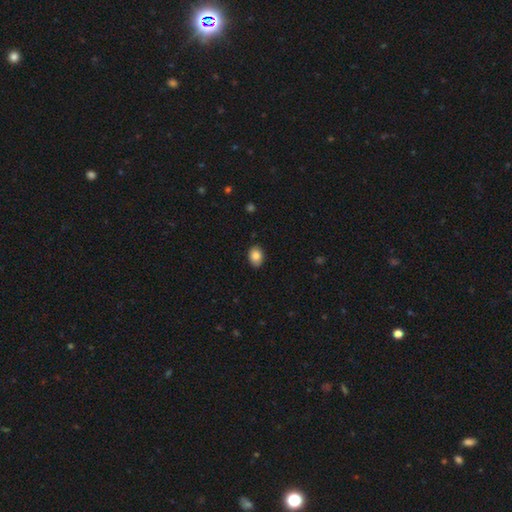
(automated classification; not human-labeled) A smooth galaxy with no disk features (85%) that is in between round and cigar-shaped (71%).

Vote fractions:
- Smooth or featured? smooth: 85% / star or artifact: 8% / featured or disk: 7%
- How rounded? in between: 71% / round: 28% / cigar-shaped: 1%
- Merging? none: 86% / minor disturbance: 11% / major disturbance: 2% / merger: 1%